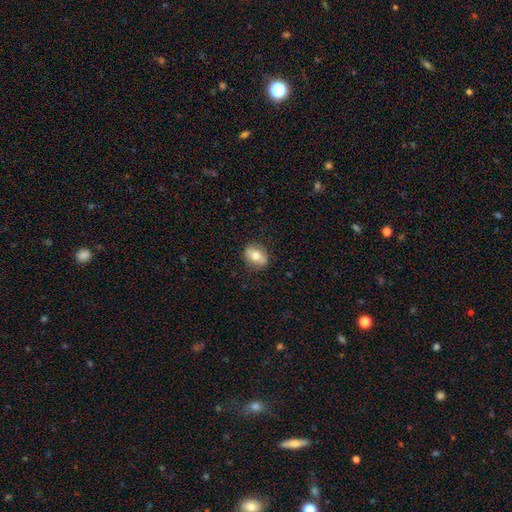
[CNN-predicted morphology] This appears to be a smooth galaxy with no disk features (66%) that is in between round and cigar-shaped (67%). Merging: none (85%).